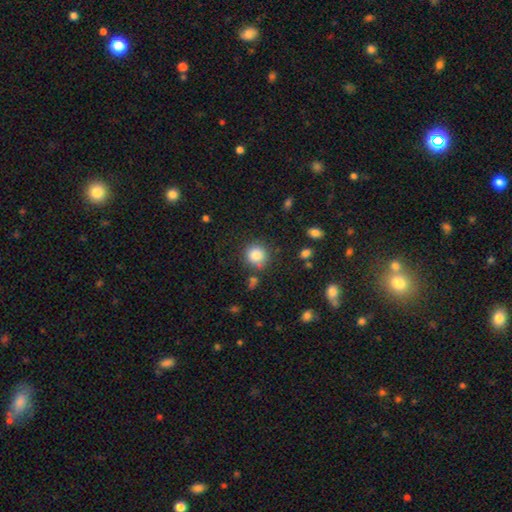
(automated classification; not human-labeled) Smooth or featured? Predicted: smooth (p=0.84). How rounded? Predicted: round (p=0.89). Merging? Predicted: none (p=0.78).